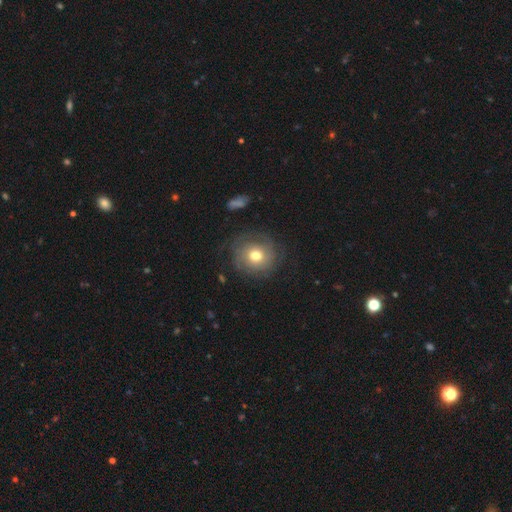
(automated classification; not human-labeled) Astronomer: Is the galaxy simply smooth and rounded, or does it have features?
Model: smooth — 48% (runner-up: featured or disk, 43%).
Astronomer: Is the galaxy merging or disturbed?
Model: none — 73%.